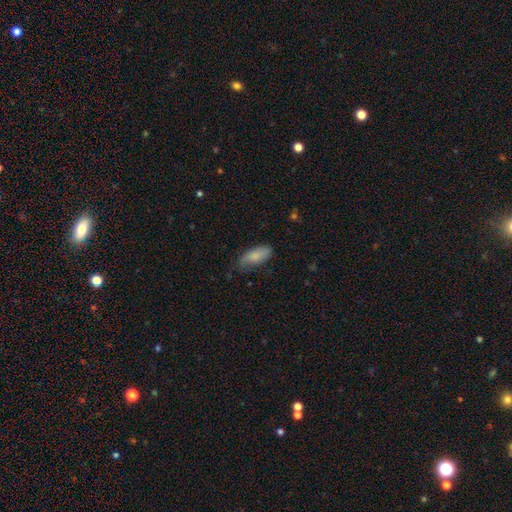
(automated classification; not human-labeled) A smooth galaxy with no disk features (78%) that is in between round and cigar-shaped (80%).

Vote fractions:
- Smooth or featured? smooth: 78% / featured or disk: 16% / star or artifact: 6%
- How rounded? in between: 80% / cigar-shaped: 18% / round: 2%
- Merging? none: 63% / minor disturbance: 29% / major disturbance: 7% / merger: 2%